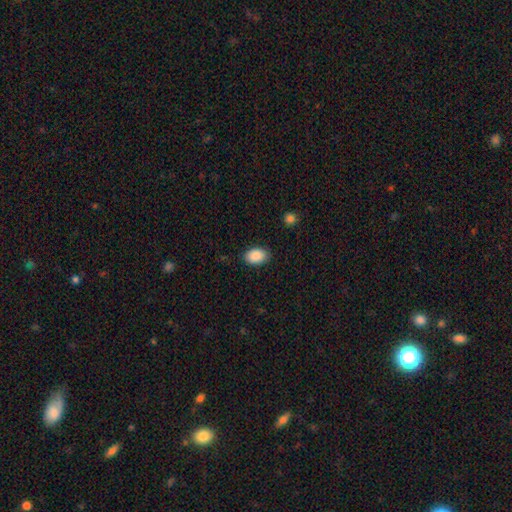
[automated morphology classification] Smooth or featured? smooth (90%)
How rounded? in between (89%)
Merging? none (86%)